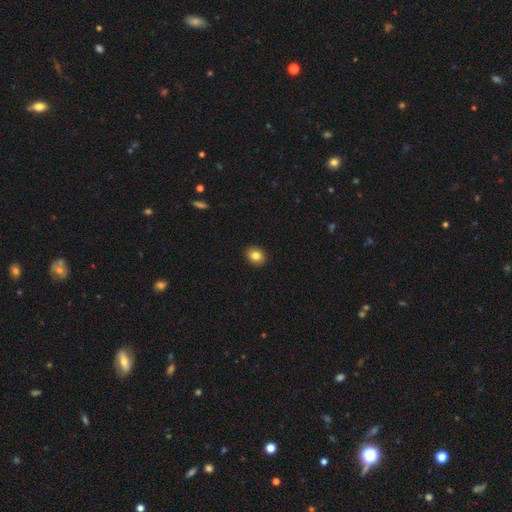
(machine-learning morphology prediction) Smooth or featured?
  - smooth: 84% *
  - star or artifact: 9%
  - featured or disk: 7%
How rounded?
  - round: 57% *
  - in between: 42%
  - cigar-shaped: 1%
Merging?
  - none: 91% *
  - minor disturbance: 6%
  - major disturbance: 2%
  - merger: 1%